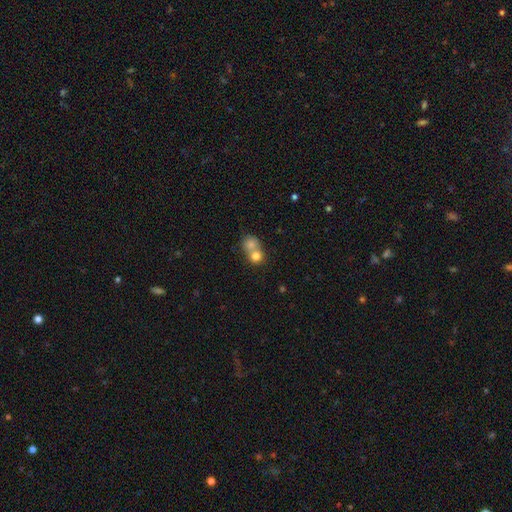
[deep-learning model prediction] smooth 76%, featured or disk 13%, star or artifact 10%. Down the decision tree: how rounded — round (77%); merging — merger (64%).